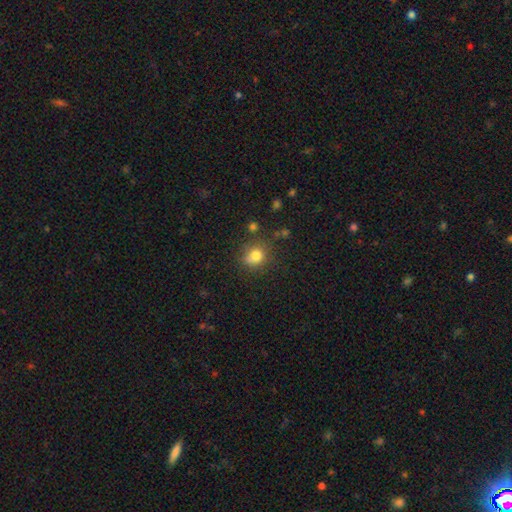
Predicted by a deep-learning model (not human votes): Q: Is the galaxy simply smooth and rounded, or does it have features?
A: smooth — 80%.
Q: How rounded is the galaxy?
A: round — 76%.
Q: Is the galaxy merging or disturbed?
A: none — 63%.